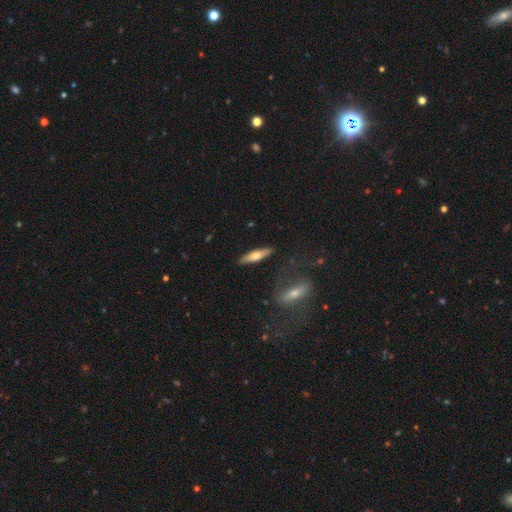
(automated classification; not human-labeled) Q: Smooth or featured?
A: smooth (56%); runner-up: featured or disk (38%)
Q: How rounded?
A: cigar-shaped (69%); runner-up: in between (29%)
Q: Merging?
A: none (85%); runner-up: minor disturbance (9%)